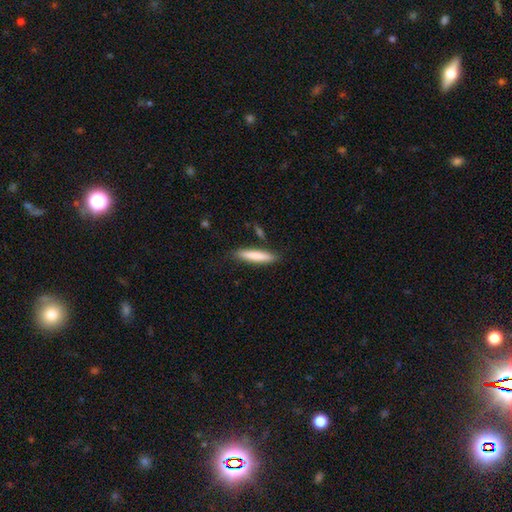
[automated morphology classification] type=smooth (80%); roundness=cigar-shaped (88%); merging=none (84%).